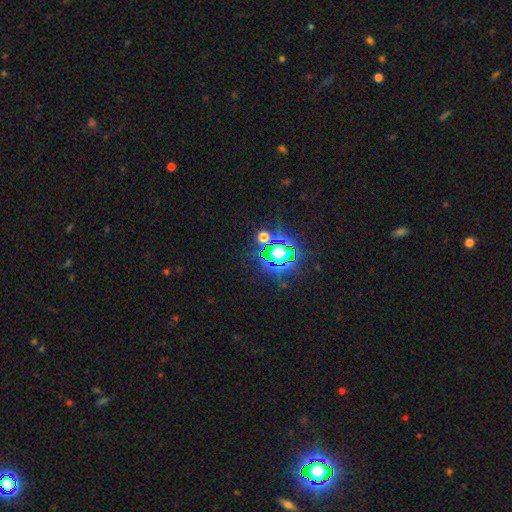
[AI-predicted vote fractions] Smooth or featured? star or artifact (81%)